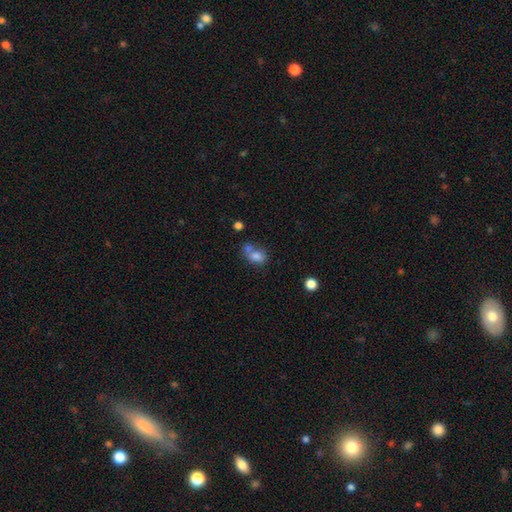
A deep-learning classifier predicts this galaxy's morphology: A smooth galaxy with no disk features (77%) that is in between round and cigar-shaped (61%). Merging: merger (46%).